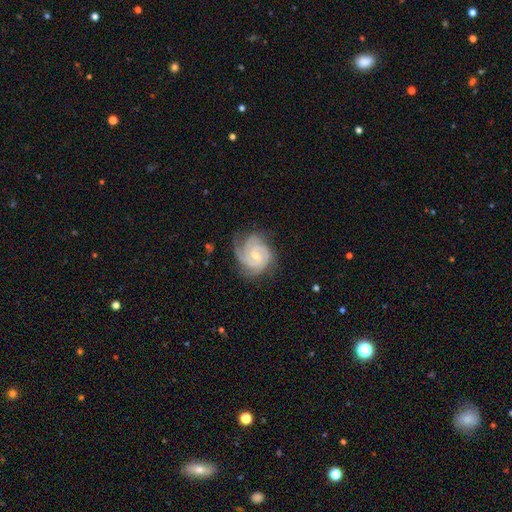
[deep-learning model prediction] smooth-or-featured: featured or disk: 87% | smooth: 8% | star or artifact: 5%
  disk-edge-on: no: 98% | yes: 2%
    bar: no: 47% | weak: 45% | strong: 8%
    has-spiral-arms: yes: 98% | no: 2%
      spiral-winding: tight: 68% | medium: 28% | loose: 4%
      spiral-arm-count: 3: 43% | 2: 22% | can't tell: 16% | 4: 10% | 1: 5% | more than 4: 4%
    bulge-size: small: 52% | moderate: 43% | none: 3% | large: 1% | dominant: 1%
  merging: none: 68% | minor disturbance: 22% | major disturbance: 9% | merger: 1%